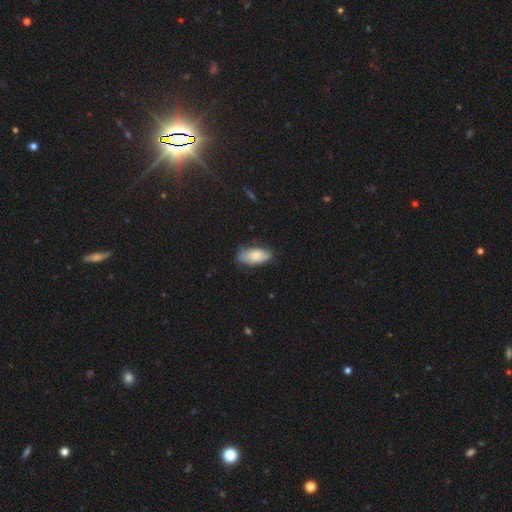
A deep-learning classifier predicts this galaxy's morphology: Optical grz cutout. It shows a smooth galaxy with no disk features (74%) that is in between round and cigar-shaped (90%). Merging: none (64%).